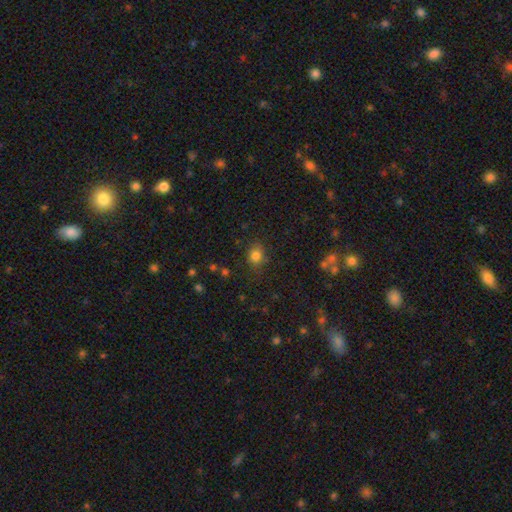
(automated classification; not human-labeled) Smooth or featured?
  - smooth: 80% *
  - star or artifact: 14%
  - featured or disk: 6%
How rounded?
  - round: 65% *
  - in between: 34%
  - cigar-shaped: 1%
Merging?
  - none: 78% *
  - minor disturbance: 15%
  - major disturbance: 5%
  - merger: 2%